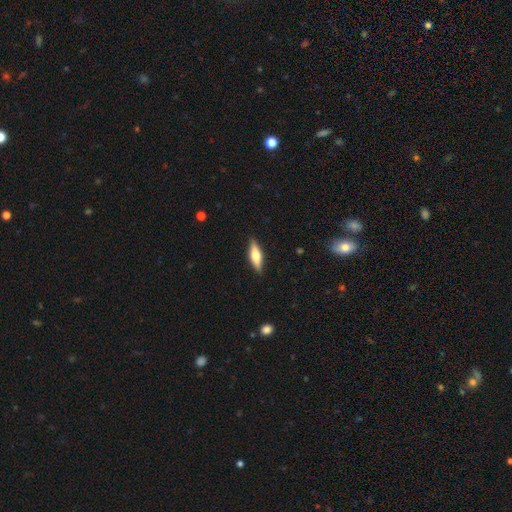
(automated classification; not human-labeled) Overall: smooth (49%; featured or disk 45%). Merging: none (88%).